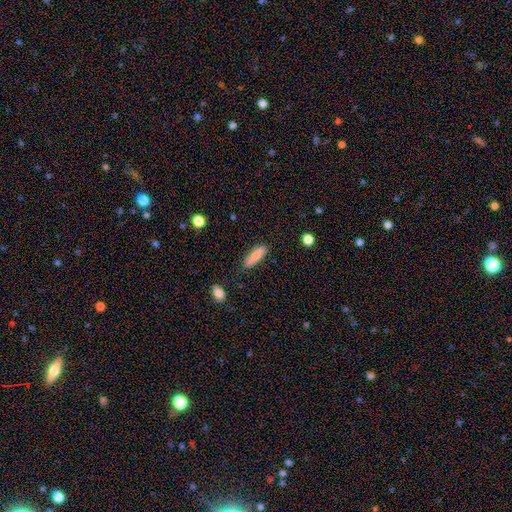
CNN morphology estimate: Q: Smooth or featured?
A: smooth (81%); runner-up: featured or disk (12%)
Q: How rounded?
A: cigar-shaped (55%); runner-up: in between (43%)
Q: Merging?
A: none (79%); runner-up: minor disturbance (15%)